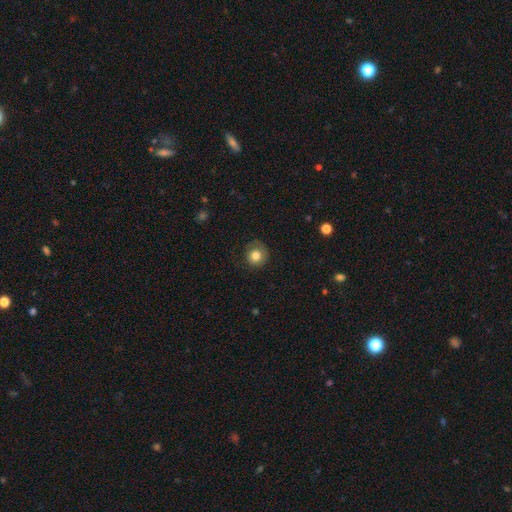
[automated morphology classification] This is likely a smooth galaxy (79%). How rounded: clearly round (91%). Merging: likely none (75%).